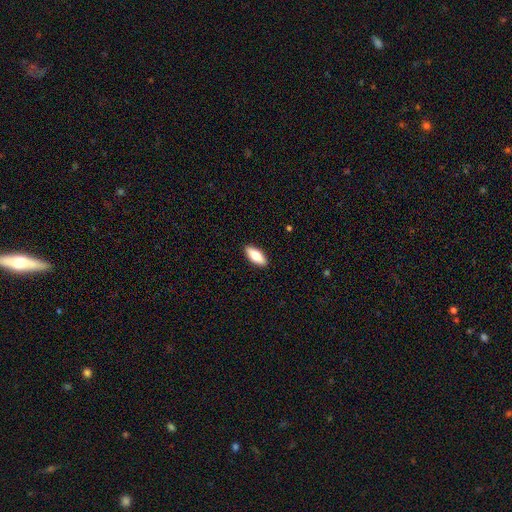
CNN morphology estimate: This is likely a smooth galaxy (74%). How rounded: likely in between (76%). Merging: clearly none (90%).